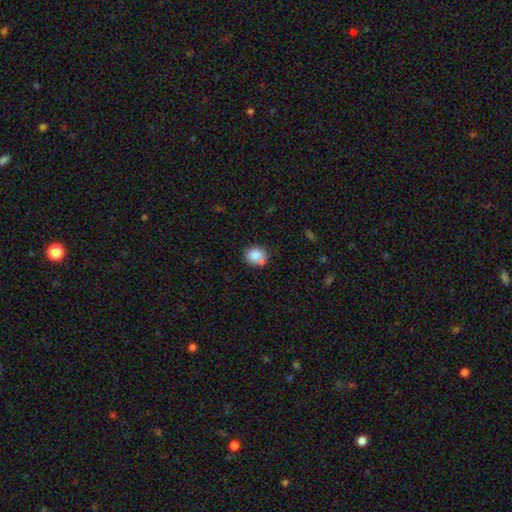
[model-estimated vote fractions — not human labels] Smooth or featured? smooth (84%)
How rounded? round (71%)
Merging? none (65%)